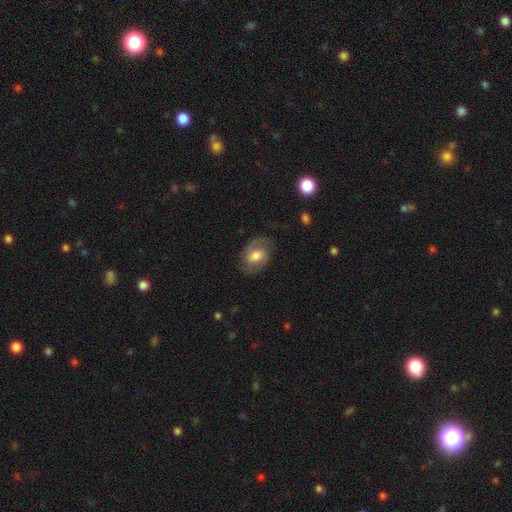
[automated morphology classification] type=featured or disk (73%); edge-on=no (97%); bar=weak (44%); spiral arms=yes (92%); winding=medium (52%); arm count=2 (88%); bulge=moderate (61%); merging=none (76%).